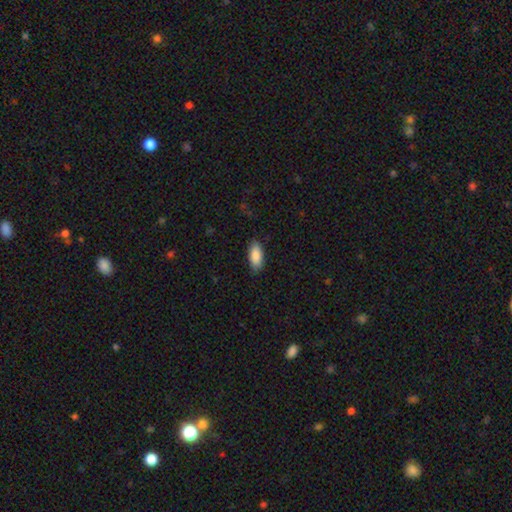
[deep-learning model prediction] Overall: smooth (88%). How rounded: in between (87%). Merging: none (86%).